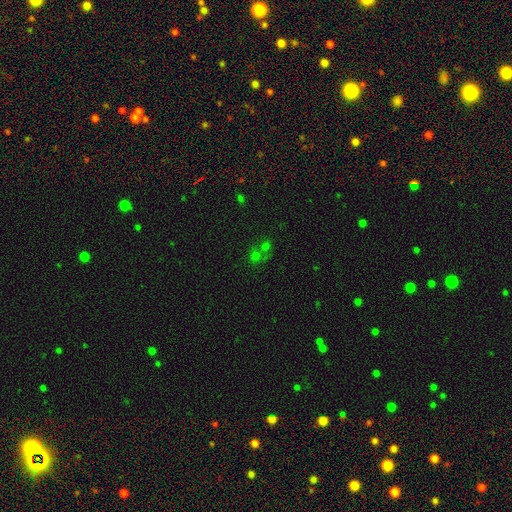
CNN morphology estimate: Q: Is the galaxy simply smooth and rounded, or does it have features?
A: smooth — 48%.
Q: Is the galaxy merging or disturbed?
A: merger — 47%.